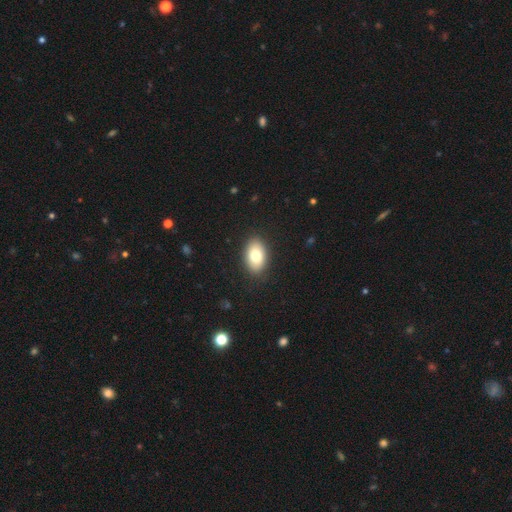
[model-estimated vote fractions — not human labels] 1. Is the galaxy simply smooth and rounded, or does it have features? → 80% smooth, 13% featured or disk, 7% star or artifact.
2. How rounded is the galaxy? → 91% in between, 8% round, 1% cigar-shaped.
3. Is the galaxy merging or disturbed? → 88% none, 9% minor disturbance, 2% major disturbance, 1% merger.